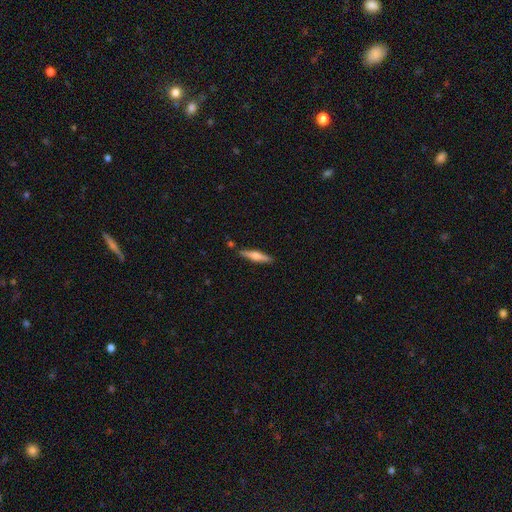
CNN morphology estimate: Smooth or featured?
  - featured or disk: 48% *
  - smooth: 47%
  - star or artifact: 6%
Merging?
  - none: 86% *
  - minor disturbance: 9%
  - merger: 3%
  - major disturbance: 2%